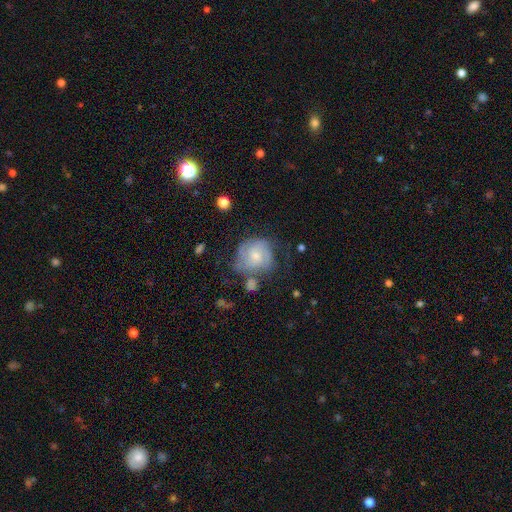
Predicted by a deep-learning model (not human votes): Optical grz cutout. It shows a featured or disk galaxy (53%) with no bar (68%), spiral arms (78%) and a moderate central bulge (50%). Merging: none (47%).